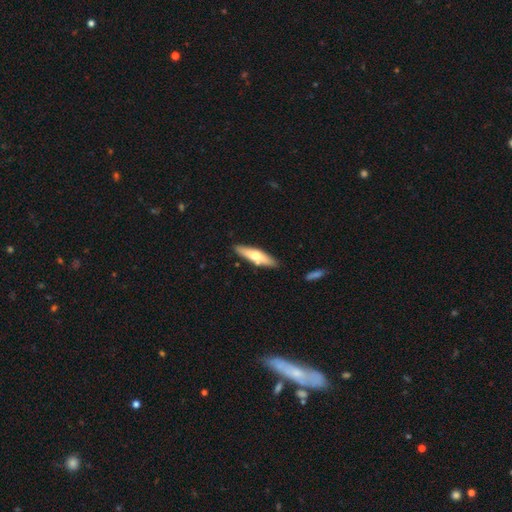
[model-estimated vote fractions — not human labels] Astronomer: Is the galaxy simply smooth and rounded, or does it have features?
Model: smooth — 54% (runner-up: featured or disk, 41%).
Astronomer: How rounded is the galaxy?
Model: cigar-shaped — 71%.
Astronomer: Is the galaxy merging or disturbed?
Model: none — 83%.